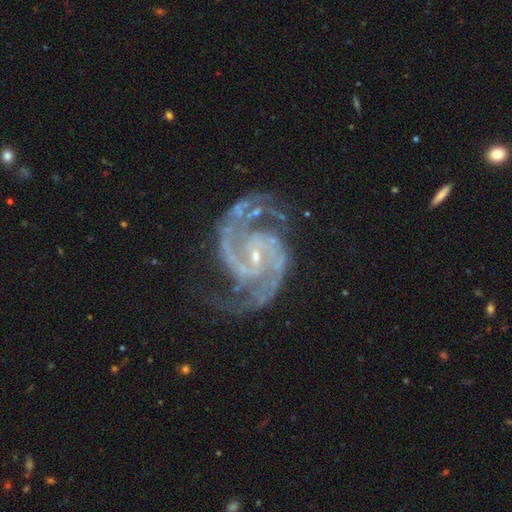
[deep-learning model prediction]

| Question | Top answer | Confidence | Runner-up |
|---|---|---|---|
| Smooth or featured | featured or disk | 93% | star or artifact (5%) |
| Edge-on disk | no | 98% | yes (2%) |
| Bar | no | 43% | weak (42%) |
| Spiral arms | yes | 99% | no (1%) |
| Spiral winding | medium | 62% | tight (25%) |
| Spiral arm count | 2 | 87% | 3 (4%) |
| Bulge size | small | 80% | moderate (14%) |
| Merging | none | 68% | minor disturbance (18%) |